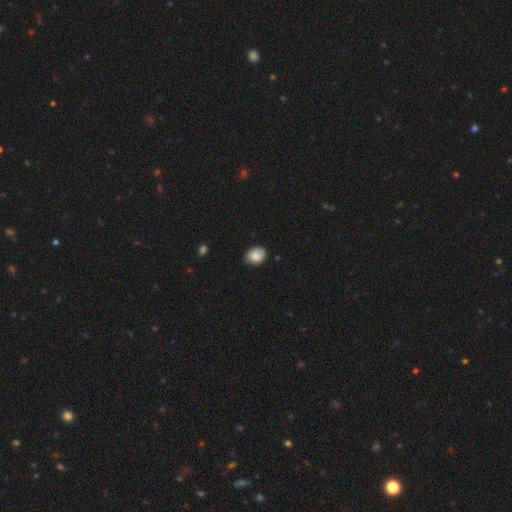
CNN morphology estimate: Smooth or featured: smooth — 85% (star or artifact — 8%)
How rounded: in between — 64% (round — 35%)
Merging: none — 79% (minor disturbance — 18%)